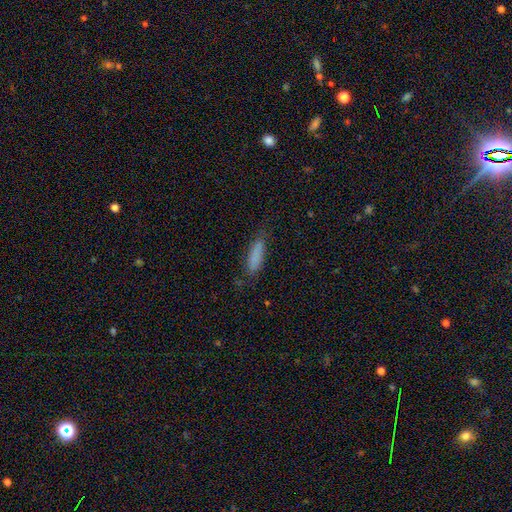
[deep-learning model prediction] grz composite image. It shows a smooth galaxy with no disk features (83%) that is cigar-shaped (68%). Merging: none (73%).